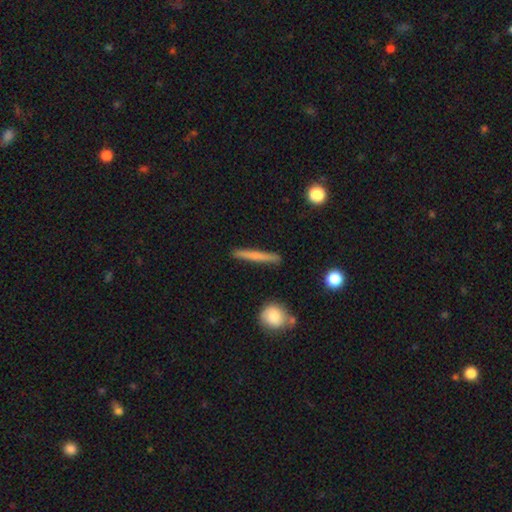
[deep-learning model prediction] Smooth or featured?
  - smooth: 62% *
  - featured or disk: 32%
  - star or artifact: 6%
How rounded?
  - cigar-shaped: 94% *
  - in between: 3%
  - round: 2%
Merging?
  - none: 89% *
  - minor disturbance: 8%
  - merger: 2%
  - major disturbance: 2%